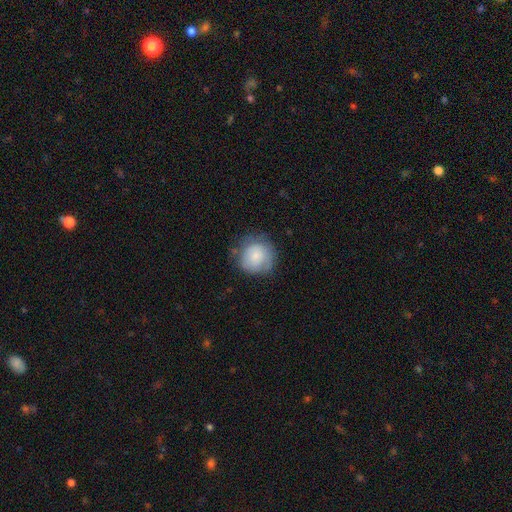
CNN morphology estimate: smooth_or_featured: smooth (p=0.75) [alt: featured or disk p=0.18]
how_rounded: round (p=0.89) [alt: in between p=0.10]
merging: none (p=0.65) [alt: minor disturbance p=0.24]